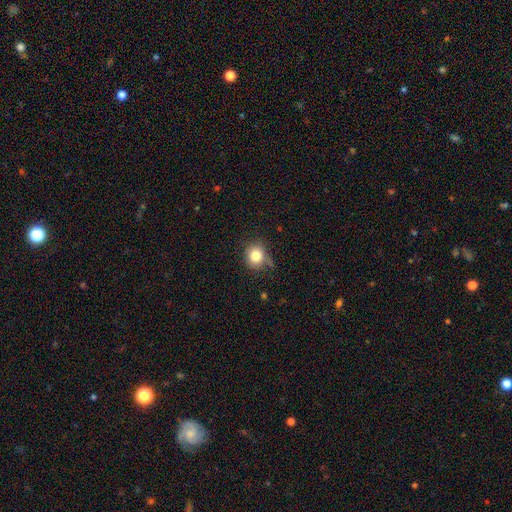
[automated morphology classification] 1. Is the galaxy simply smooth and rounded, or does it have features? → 81% smooth, 11% star or artifact, 8% featured or disk.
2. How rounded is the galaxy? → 82% round, 17% in between, 1% cigar-shaped.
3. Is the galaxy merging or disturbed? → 72% none, 21% minor disturbance, 5% major disturbance, 3% merger.